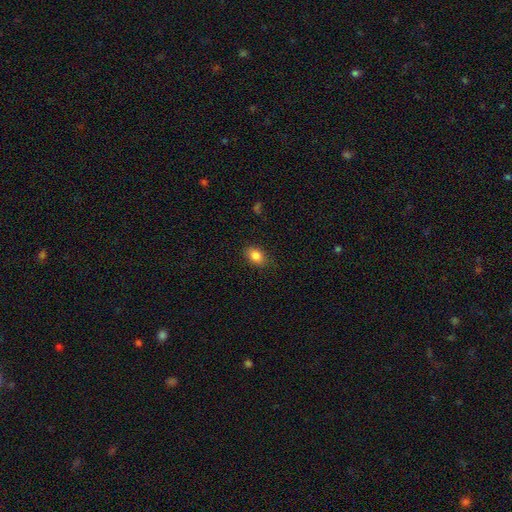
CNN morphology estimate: The model was most divided on "how rounded": in between: 81%, round: 17%, cigar-shaped: 2%. More confident: smooth or featured — smooth (85%); merging — none (84%).